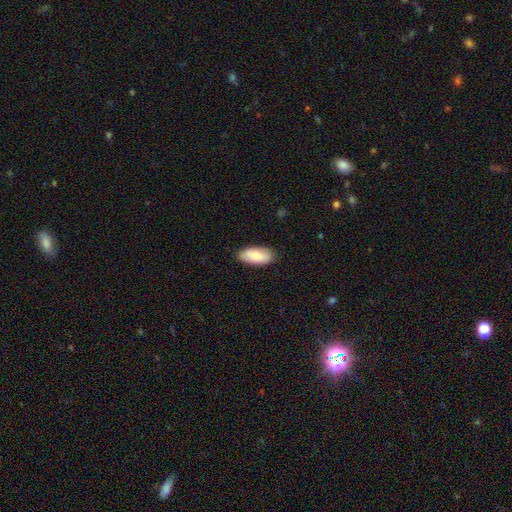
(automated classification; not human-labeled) Q: Smooth or featured?
A: smooth (77%); runner-up: featured or disk (18%)
Q: How rounded?
A: in between (89%); runner-up: cigar-shaped (8%)
Q: Merging?
A: none (87%); runner-up: minor disturbance (10%)